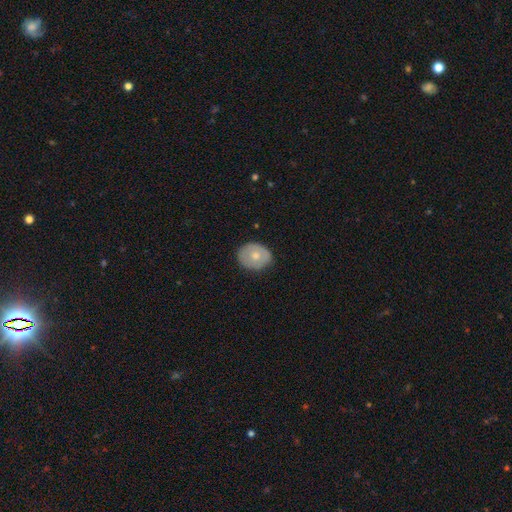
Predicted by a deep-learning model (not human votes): Smooth or featured?
  - smooth: 64% *
  - featured or disk: 29%
  - star or artifact: 7%
How rounded?
  - round: 56% *
  - in between: 43%
  - cigar-shaped: 1%
Merging?
  - none: 81% *
  - minor disturbance: 15%
  - major disturbance: 3%
  - merger: 1%